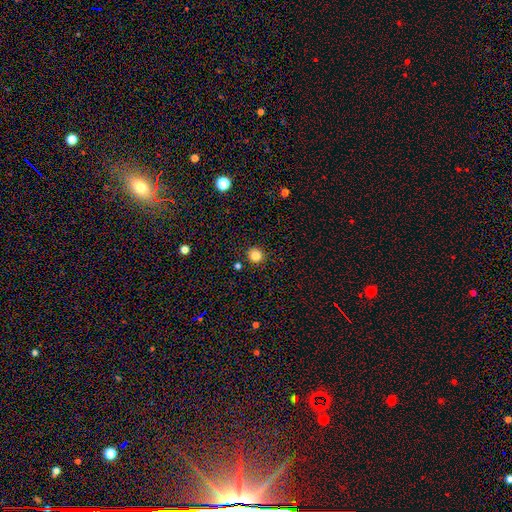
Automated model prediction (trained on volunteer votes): The model was most divided on "smooth or featured": smooth: 83%, star or artifact: 12%, featured or disk: 4%. More confident: how rounded — round (94%); merging — none (91%).